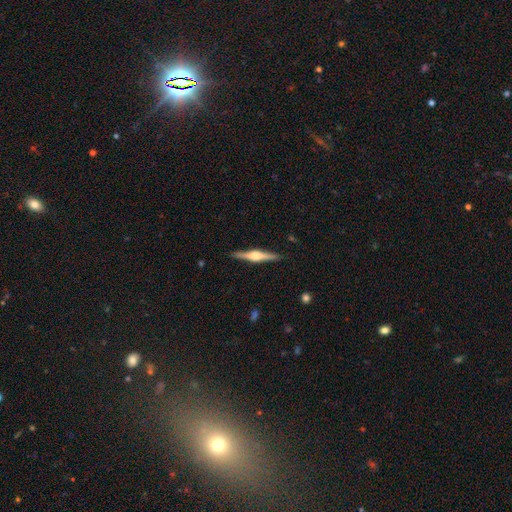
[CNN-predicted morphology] This is likely a featured or disk galaxy (79%). It is clearly viewed edge-on (98%). Edge-on bulge: clearly rounded (85%). Merging: clearly none (91%).